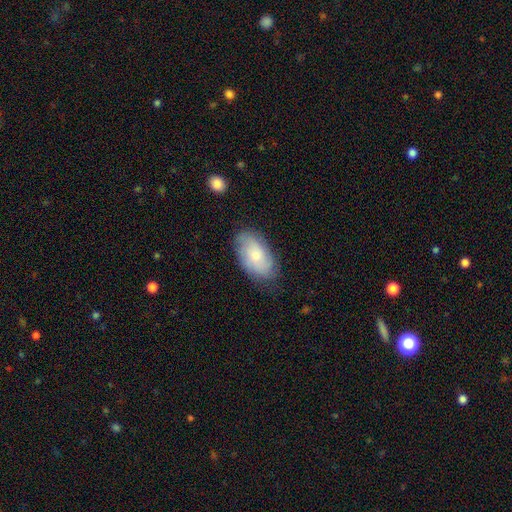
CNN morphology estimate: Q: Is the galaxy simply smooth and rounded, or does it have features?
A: smooth — 61%.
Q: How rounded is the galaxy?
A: in between — 93%.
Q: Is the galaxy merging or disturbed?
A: none — 76%.